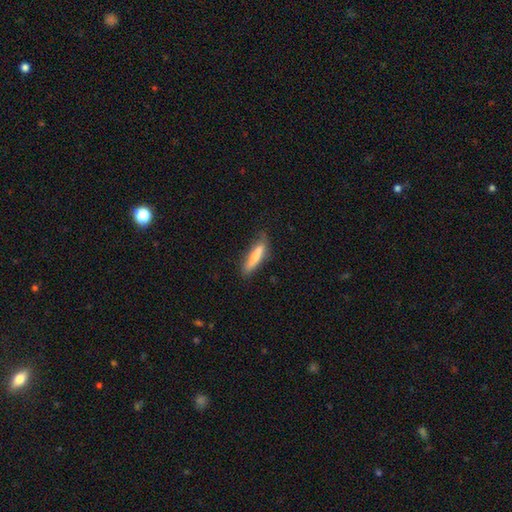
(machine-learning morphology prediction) A smooth galaxy with no disk features (74%) that is cigar-shaped (77%).

Vote fractions:
- Smooth or featured? smooth: 74% / featured or disk: 19% / star or artifact: 6%
- How rounded? cigar-shaped: 77% / in between: 22% / round: 2%
- Merging? none: 71% / minor disturbance: 22% / major disturbance: 5% / merger: 2%